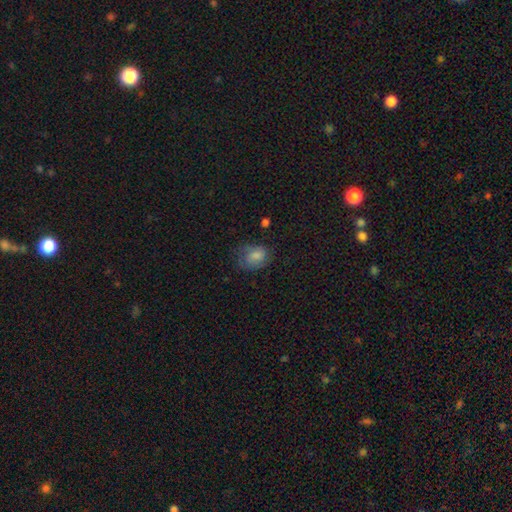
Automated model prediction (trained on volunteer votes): Q: Smooth or featured?
A: smooth (75%); runner-up: featured or disk (15%)
Q: How rounded?
A: in between (65%); runner-up: round (33%)
Q: Merging?
A: none (55%); runner-up: minor disturbance (28%)